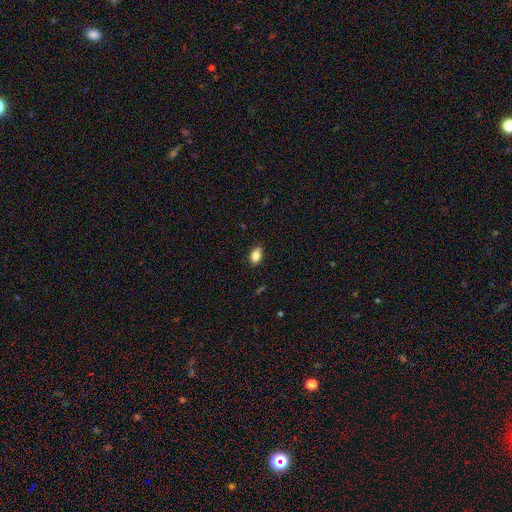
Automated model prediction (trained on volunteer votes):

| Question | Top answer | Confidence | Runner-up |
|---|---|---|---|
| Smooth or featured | smooth | 83% | featured or disk (8%) |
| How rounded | in between | 87% | round (10%) |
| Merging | none | 85% | minor disturbance (12%) |